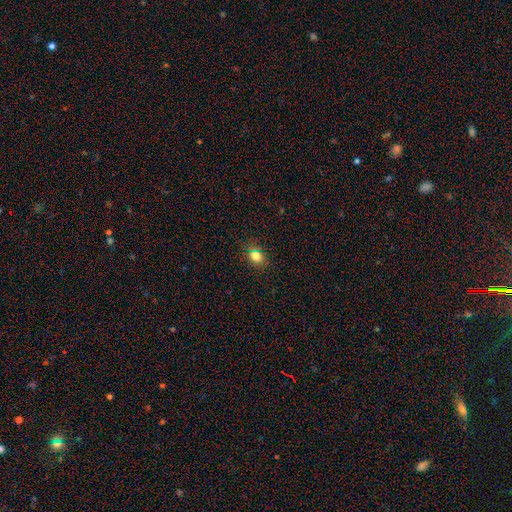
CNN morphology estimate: Smooth or featured? smooth (77%)
How rounded? round (53%)
Merging? none (88%)